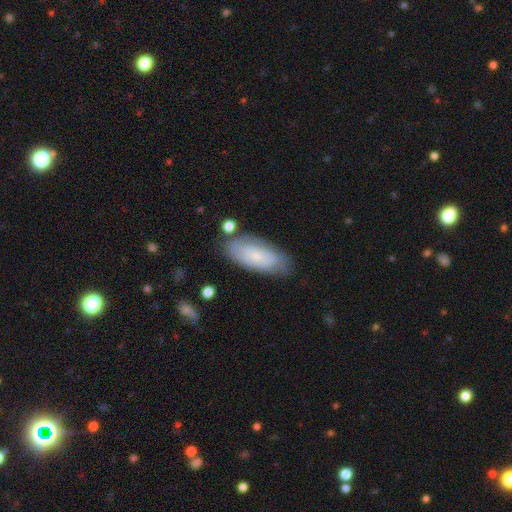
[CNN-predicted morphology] Smooth or featured?
  - smooth: 59% *
  - featured or disk: 34%
  - star or artifact: 7%
How rounded?
  - in between: 85% *
  - cigar-shaped: 12%
  - round: 2%
Merging?
  - none: 73% *
  - minor disturbance: 19%
  - major disturbance: 4%
  - merger: 4%